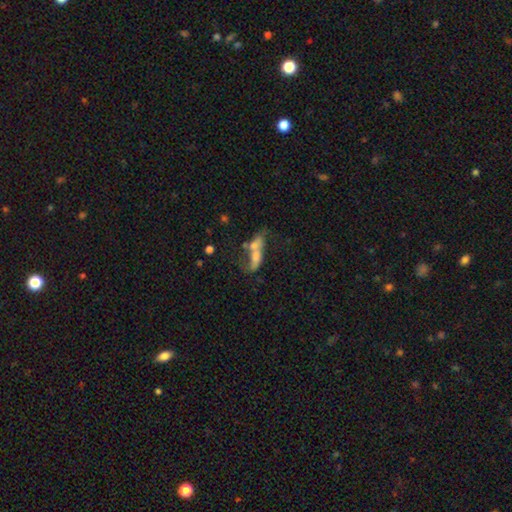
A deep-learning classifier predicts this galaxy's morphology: A smooth galaxy with no disk features (44%).

Vote fractions:
- Smooth or featured? smooth: 44% / featured or disk: 43% / star or artifact: 13%
- Merging? merger: 47% / none: 24% / major disturbance: 17% / minor disturbance: 12%